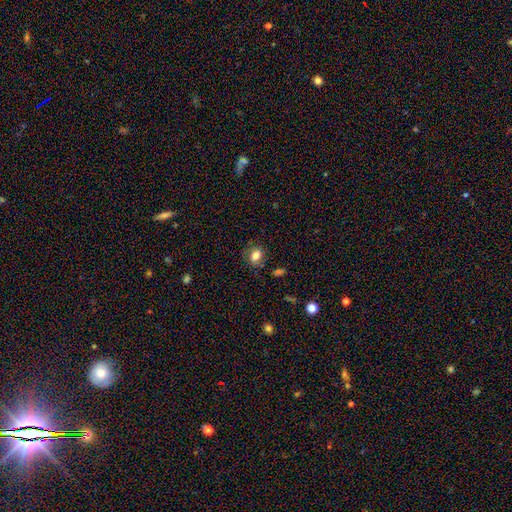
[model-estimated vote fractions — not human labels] The model was most divided on "how rounded": in between: 57%, round: 42%, cigar-shaped: 1%. More confident: smooth or featured — smooth (80%); merging — none (78%).